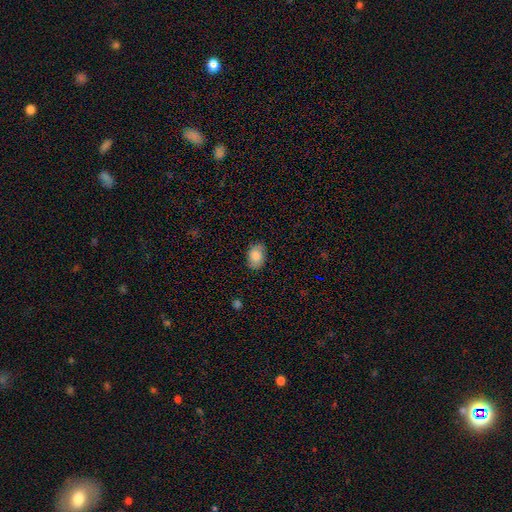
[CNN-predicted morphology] The model was most divided on "how rounded": in between: 81%, round: 18%, cigar-shaped: 1%. More confident: merging — none (84%); smooth or featured — smooth (83%).